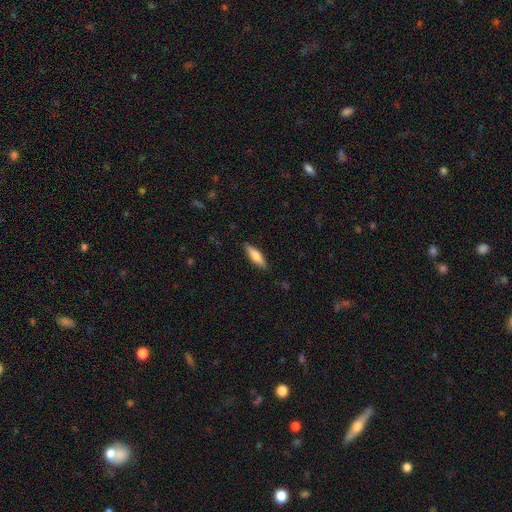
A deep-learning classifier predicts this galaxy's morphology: smooth 71%, featured or disk 23%, star or artifact 6%. Down the decision tree: how rounded — cigar-shaped (60%); merging — none (88%).